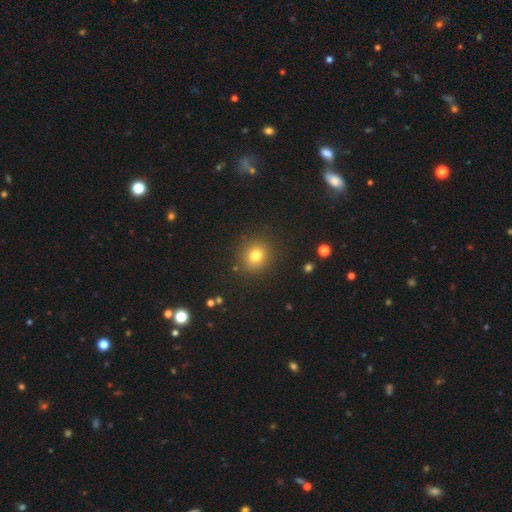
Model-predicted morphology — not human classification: Smooth or featured? Predicted: smooth (p=0.78). How rounded? Predicted: round (p=0.84). Merging? Predicted: none (p=0.88).